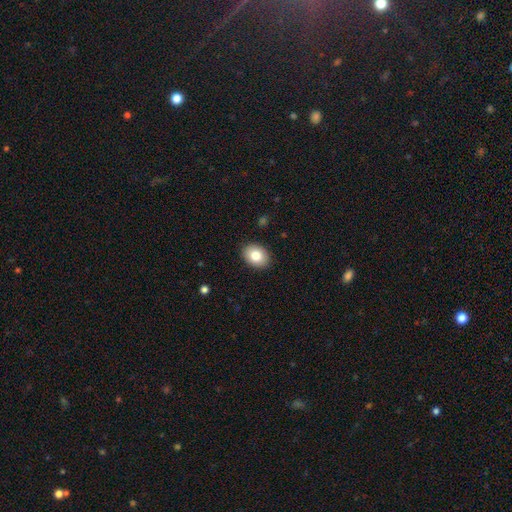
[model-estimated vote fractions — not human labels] Smooth or featured? smooth (81%)
How rounded? in between (69%)
Merging? none (90%)